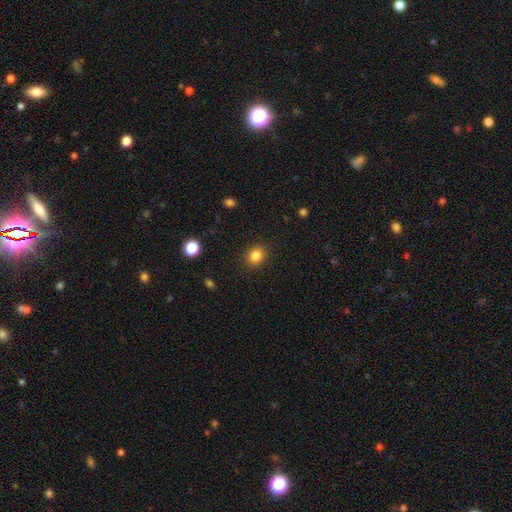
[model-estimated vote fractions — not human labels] This is clearly a smooth galaxy (84%). How rounded: likely round (64%). Merging: clearly none (88%).